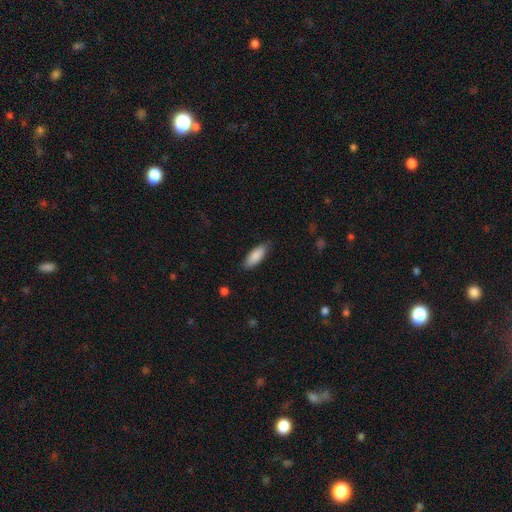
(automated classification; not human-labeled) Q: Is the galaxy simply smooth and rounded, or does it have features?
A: smooth — 87%.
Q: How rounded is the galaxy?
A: in between — 72%.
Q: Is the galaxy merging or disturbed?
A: none — 82%.